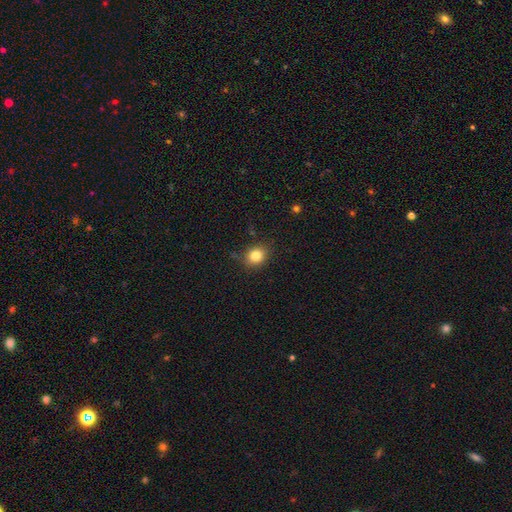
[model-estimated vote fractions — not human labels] Smooth or featured? Predicted: smooth (p=0.82). How rounded? Predicted: round (p=0.69). Merging? Predicted: none (p=0.82).